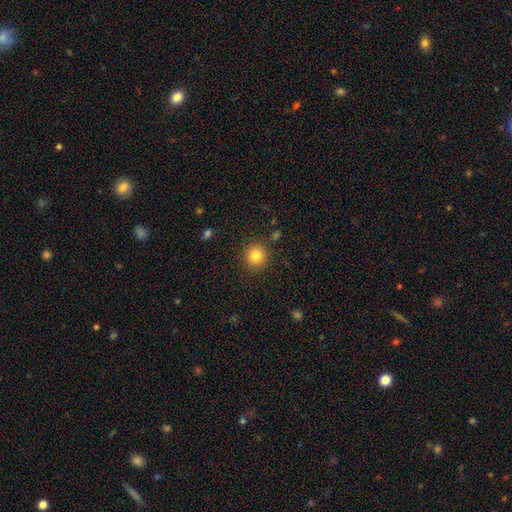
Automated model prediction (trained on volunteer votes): smooth-or-featured: smooth: 83% | star or artifact: 11% | featured or disk: 6%
  how-rounded: round: 93% | in between: 6% | cigar-shaped: 1%
  merging: none: 89% | minor disturbance: 7% | major disturbance: 3% | merger: 2%